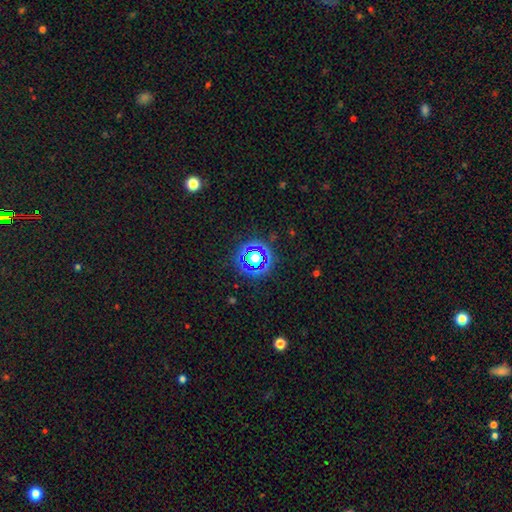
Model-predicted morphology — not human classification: star or artifact 57%, smooth 32%, featured or disk 12%.